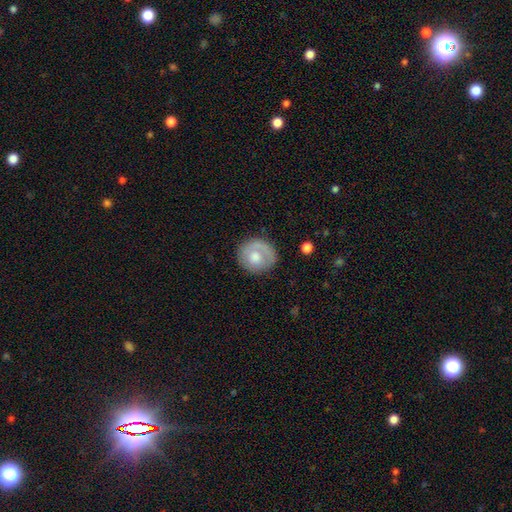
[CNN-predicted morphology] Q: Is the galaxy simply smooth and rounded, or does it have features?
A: smooth — 66%.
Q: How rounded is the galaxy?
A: round — 87%.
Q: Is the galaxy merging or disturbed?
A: none — 75%.